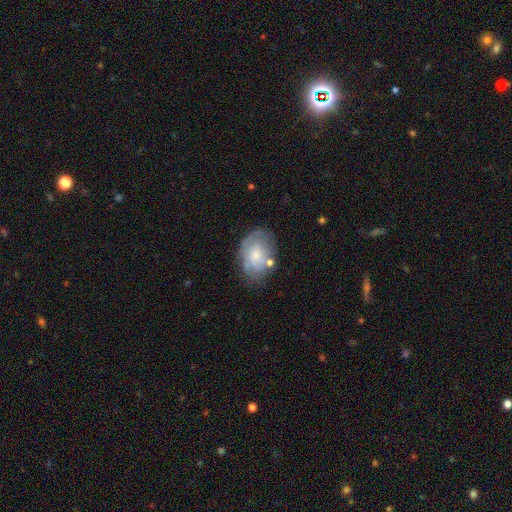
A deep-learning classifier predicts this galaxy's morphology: Smooth or featured? smooth (50%)
Merging? none (54%)